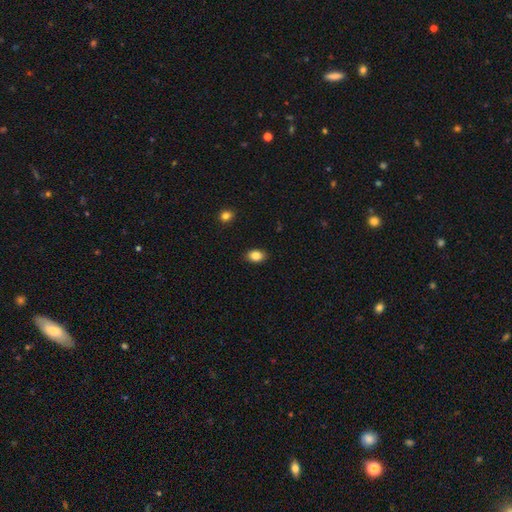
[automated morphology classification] smooth-or-featured: smooth: 86% | star or artifact: 9% | featured or disk: 6%
  how-rounded: in between: 80% | round: 19% | cigar-shaped: 1%
  merging: none: 89% | minor disturbance: 8% | major disturbance: 2% | merger: 1%